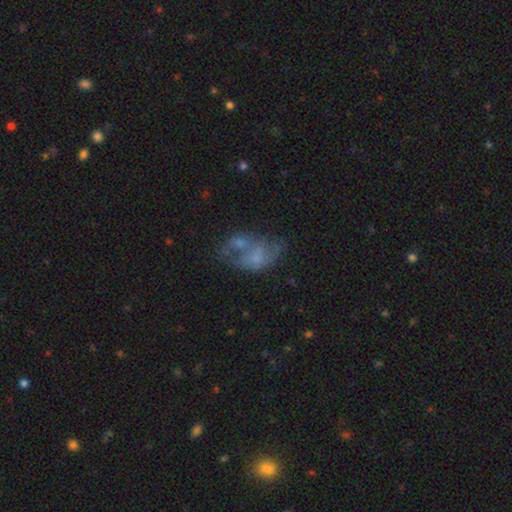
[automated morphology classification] This is possibly a featured or disk galaxy (50%). Merging: marginally merger (39%).